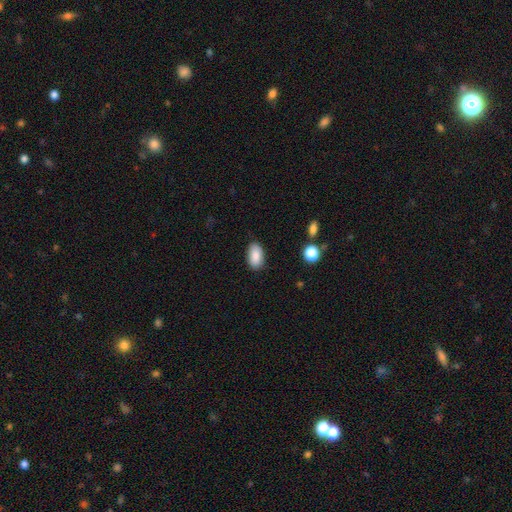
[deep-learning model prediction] Overall: smooth (87%). How rounded: in between (93%). Merging: none (86%).